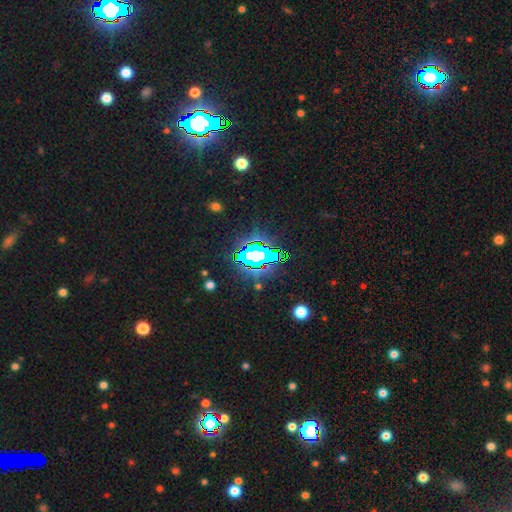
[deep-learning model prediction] A star or artifact, not a galaxy (69%).

Vote fractions:
- Smooth or featured? star or artifact: 69% / smooth: 17% / featured or disk: 14%